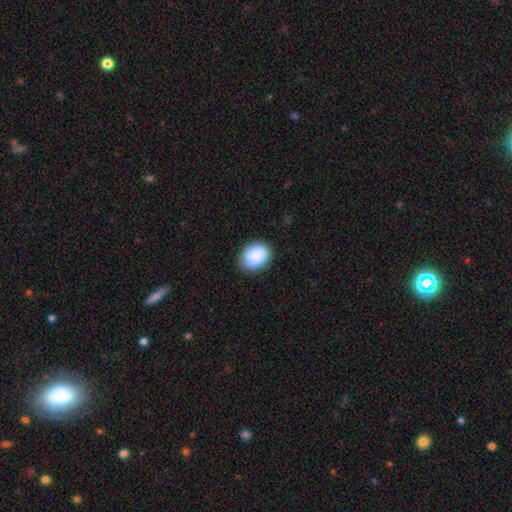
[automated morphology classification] smooth 88%, star or artifact 7%, featured or disk 5%. Down the decision tree: how rounded — in between (58%); merging — none (80%).